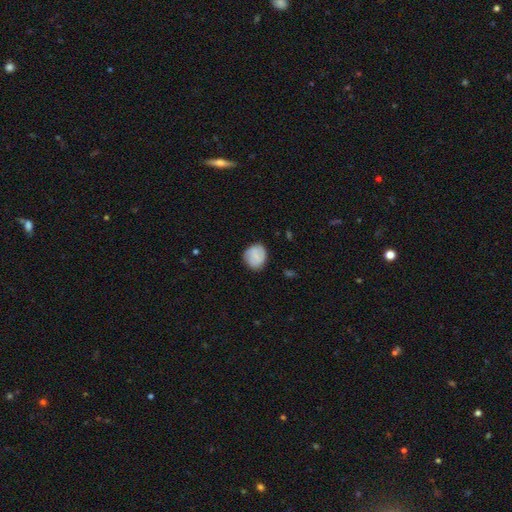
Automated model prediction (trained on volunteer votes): A smooth galaxy with no disk features (73%) that is round (73%).

Vote fractions:
- Smooth or featured? smooth: 73% / featured or disk: 20% / star or artifact: 7%
- How rounded? round: 73% / in between: 26% / cigar-shaped: 1%
- Merging? none: 82% / minor disturbance: 14% / major disturbance: 3% / merger: 1%